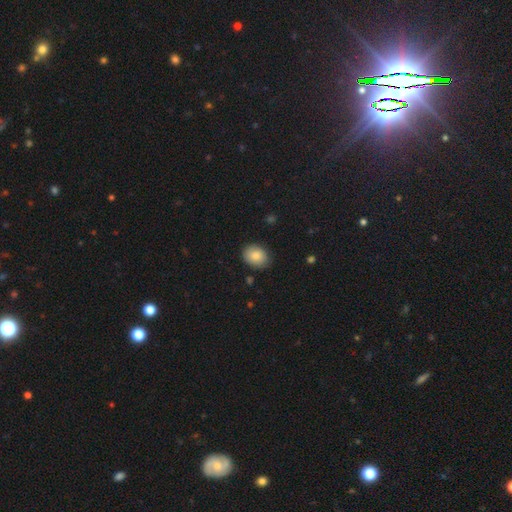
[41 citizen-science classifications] Smooth or featured: smooth — 93% (featured or disk — 7%)
How rounded: round — 63% (in between — 37%)
Merging: none — 83% (minor disturbance — 15%)